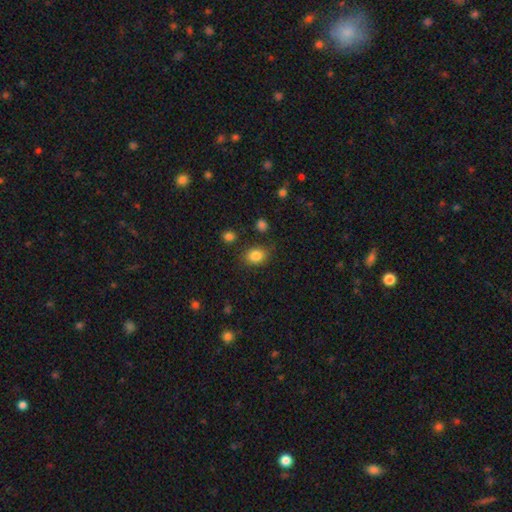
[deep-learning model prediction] smooth-or-featured: smooth: 85% | star or artifact: 10% | featured or disk: 5%
  how-rounded: in between: 56% | round: 43% | cigar-shaped: 1%
  merging: none: 79% | minor disturbance: 13% | major disturbance: 4% | merger: 4%